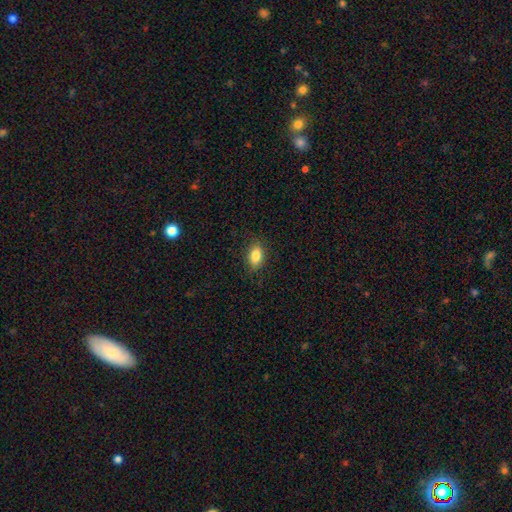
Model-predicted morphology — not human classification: Smooth or featured? Predicted: smooth (p=0.84). How rounded? Predicted: in between (p=0.85). Merging? Predicted: none (p=0.86).